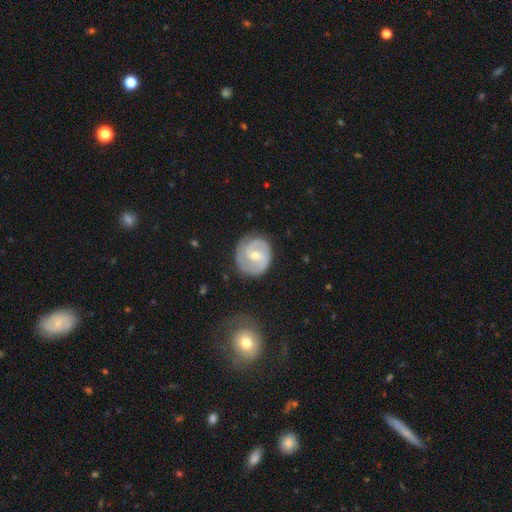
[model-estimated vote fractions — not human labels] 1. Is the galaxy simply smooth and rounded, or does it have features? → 82% featured or disk, 14% smooth, 5% star or artifact.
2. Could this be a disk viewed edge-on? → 98% no, 2% yes.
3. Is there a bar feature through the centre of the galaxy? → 52% weak, 32% no, 16% strong.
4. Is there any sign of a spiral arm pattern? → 95% yes, 5% no.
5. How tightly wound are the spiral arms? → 45% medium, 43% tight, 12% loose.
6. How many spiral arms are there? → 80% 2, 8% can't tell, 5% 3, 4% 1, 1% 4, 1% more than 4.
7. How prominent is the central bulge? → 49% small, 48% moderate, 1% large, 1% none, 1% dominant.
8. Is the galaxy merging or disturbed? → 81% none, 13% minor disturbance, 4% major disturbance, 1% merger.